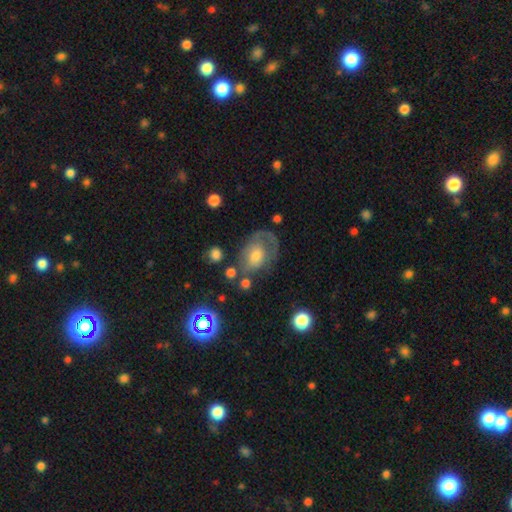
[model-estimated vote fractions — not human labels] The model was most divided on "smooth or featured": featured or disk: 50%, smooth: 40%, star or artifact: 10%. Remaining: merging — none (44%).